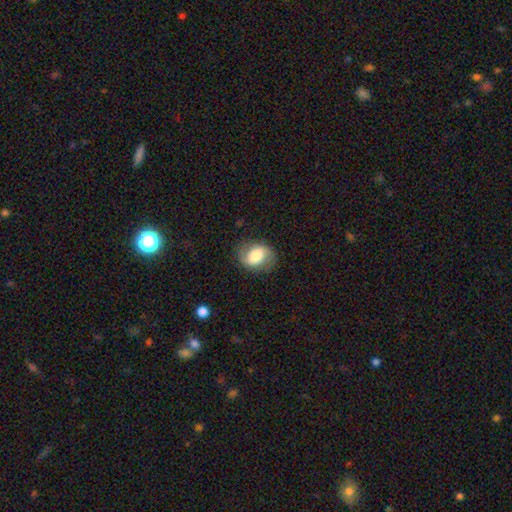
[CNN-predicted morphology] This appears to be a smooth galaxy with no disk features (63%) that is in between round and cigar-shaped (63%). Merging: none (77%).